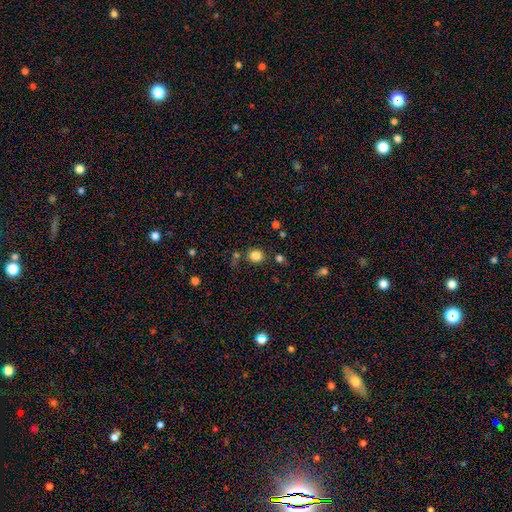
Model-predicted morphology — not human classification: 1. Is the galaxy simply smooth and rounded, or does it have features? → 83% smooth, 12% star or artifact, 5% featured or disk.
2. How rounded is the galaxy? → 78% round, 21% in between, 1% cigar-shaped.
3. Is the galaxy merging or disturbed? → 79% none, 10% minor disturbance, 7% merger, 4% major disturbance.